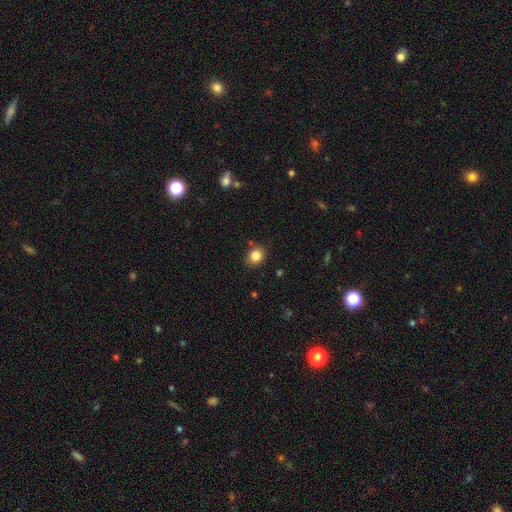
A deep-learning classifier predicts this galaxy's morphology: The model was most divided on "how rounded": round: 61%, in between: 38%, cigar-shaped: 1%. More confident: smooth or featured — smooth (84%); merging — none (83%).